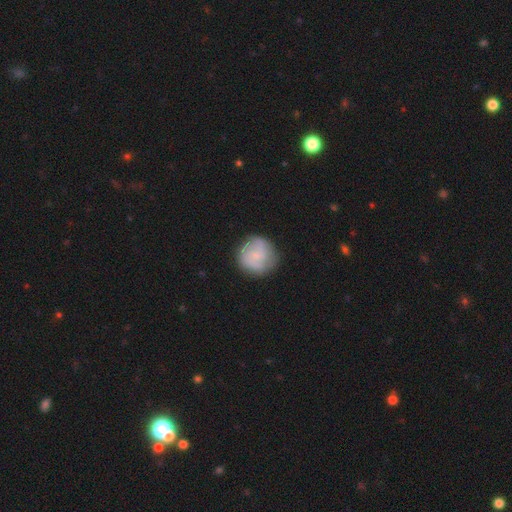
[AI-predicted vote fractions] Smooth or featured? featured or disk (56%)
Edge-on disk? no (98%)
Bar? no (64%)
Spiral arms? yes (85%)
Bulge size? small (65%)
Merging? none (79%)